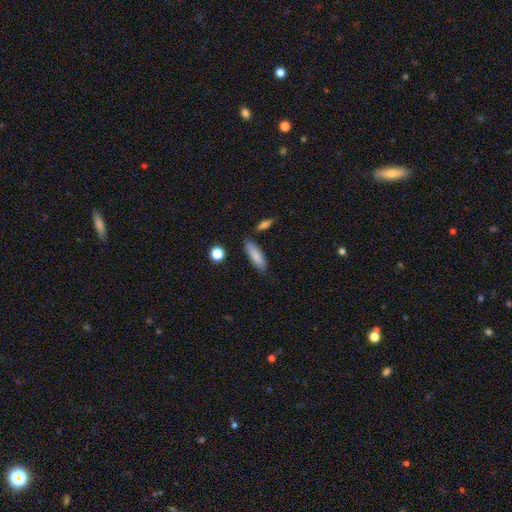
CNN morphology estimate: type=smooth (82%); roundness=cigar-shaped (50%); merging=none (79%).